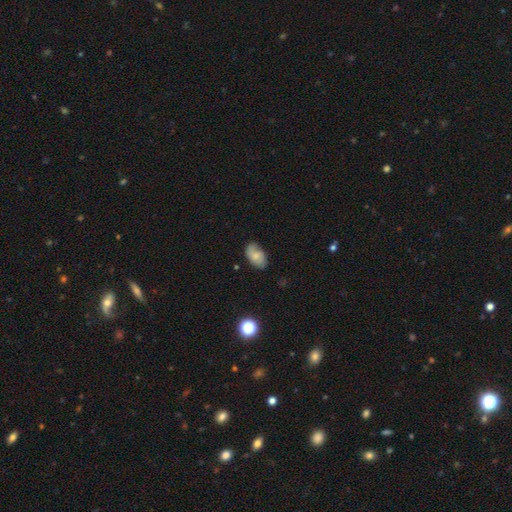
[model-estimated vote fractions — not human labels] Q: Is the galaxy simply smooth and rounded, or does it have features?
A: smooth — 66%.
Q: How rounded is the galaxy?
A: in between — 91%.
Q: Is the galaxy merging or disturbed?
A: none — 73%.